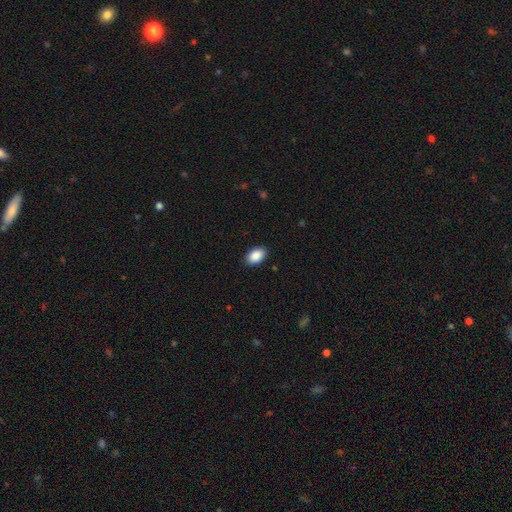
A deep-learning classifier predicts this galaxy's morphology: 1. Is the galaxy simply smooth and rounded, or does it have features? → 90% smooth, 7% star or artifact, 4% featured or disk.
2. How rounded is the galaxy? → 92% in between, 7% round, 1% cigar-shaped.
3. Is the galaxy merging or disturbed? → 89% none, 8% minor disturbance, 2% major disturbance, 1% merger.